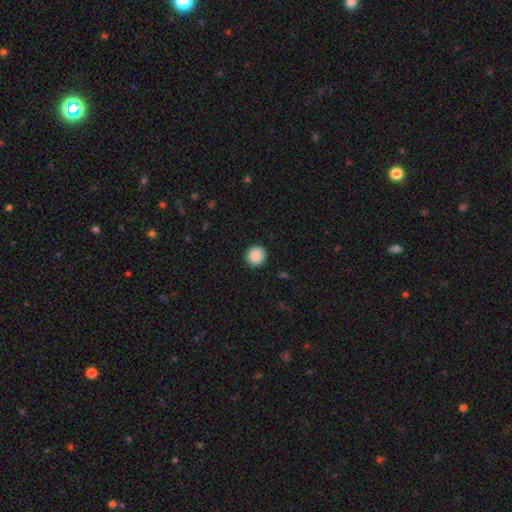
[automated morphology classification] A smooth galaxy with no disk features (88%) that is round (94%). Merging: none (92%).